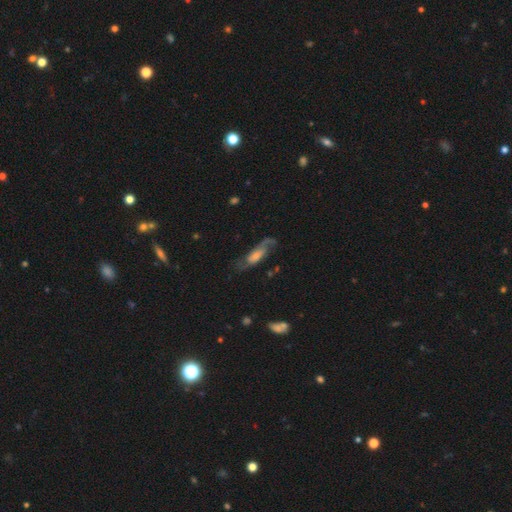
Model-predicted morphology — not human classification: This appears to be a featured or disk galaxy (71%) with no bar (52%), 2 (75%) medium (44%) spiral arms (89%) and a moderate central bulge (37%). Merging: none (61%).